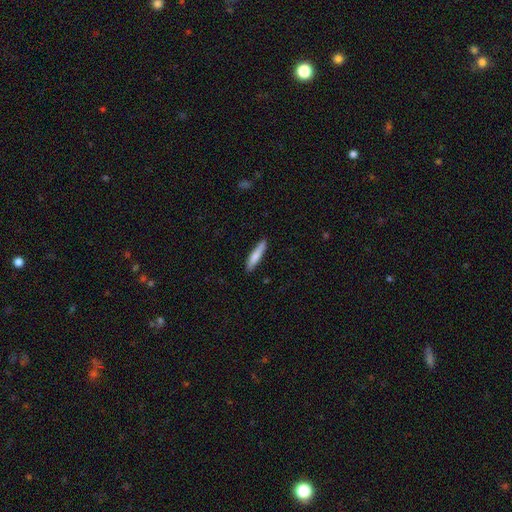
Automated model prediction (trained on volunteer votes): Smooth or featured?
  - smooth: 77% *
  - featured or disk: 18%
  - star or artifact: 5%
How rounded?
  - cigar-shaped: 89% *
  - in between: 10%
  - round: 1%
Merging?
  - none: 85% *
  - minor disturbance: 12%
  - major disturbance: 2%
  - merger: 1%